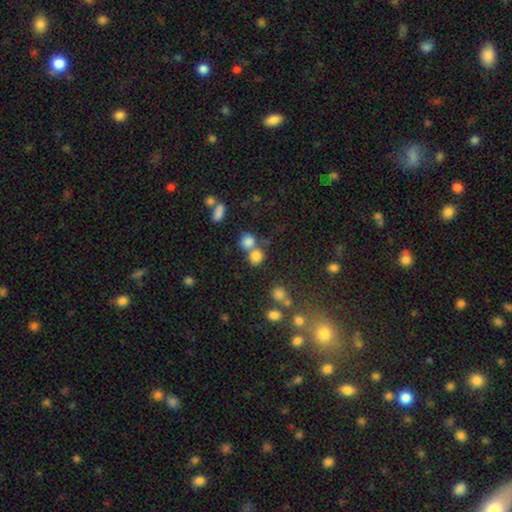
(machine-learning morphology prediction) smooth_or_featured: smooth (p=0.78) [alt: star or artifact p=0.14]
how_rounded: round (p=0.81) [alt: in between p=0.18]
merging: none (p=0.46) [alt: merger p=0.42]